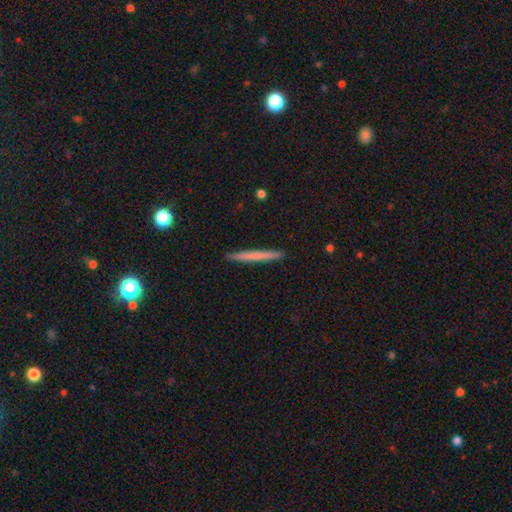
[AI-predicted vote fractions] Smooth or featured? smooth (66%)
How rounded? cigar-shaped (97%)
Merging? none (93%)